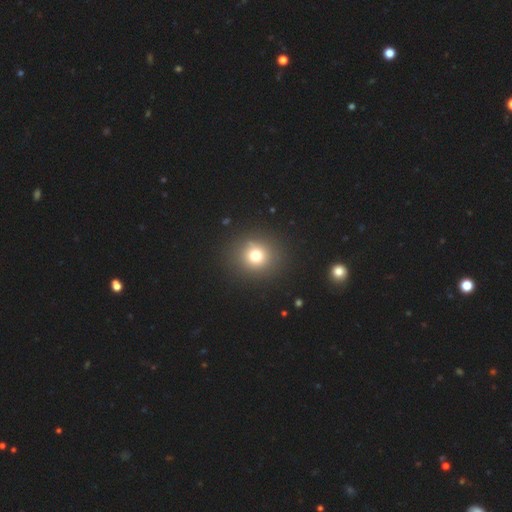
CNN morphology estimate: smooth_or_featured: smooth (p=0.73) [alt: star or artifact p=0.17]
how_rounded: round (p=0.87) [alt: in between p=0.13]
merging: none (p=0.88) [alt: minor disturbance p=0.07]